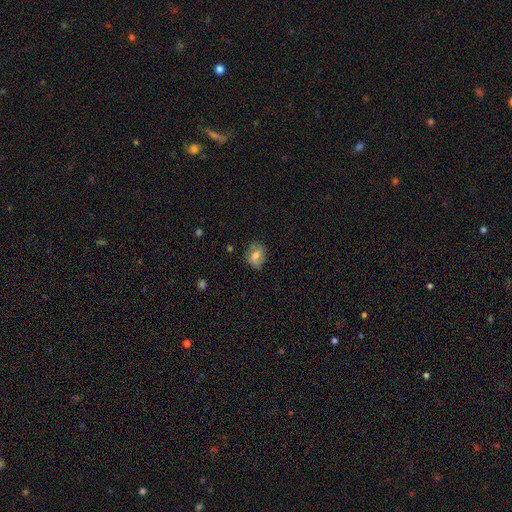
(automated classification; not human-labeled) The model was most divided on "smooth or featured": smooth: 58%, featured or disk: 33%, star or artifact: 10%. More confident: merging — none (73%); how rounded — in between (62%).